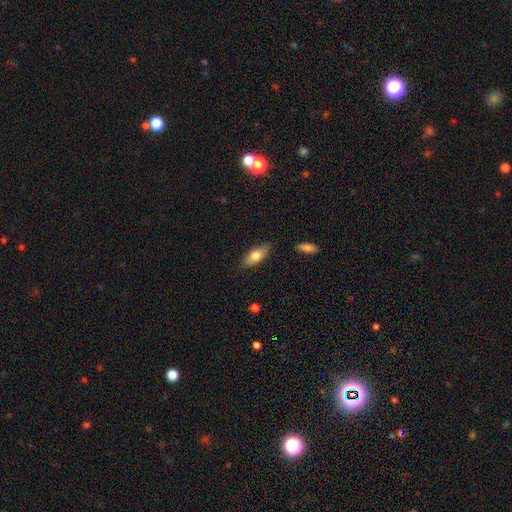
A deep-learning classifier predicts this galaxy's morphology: smooth 72%, featured or disk 21%, star or artifact 6%. Down the decision tree: how rounded — in between (77%); merging — none (84%).